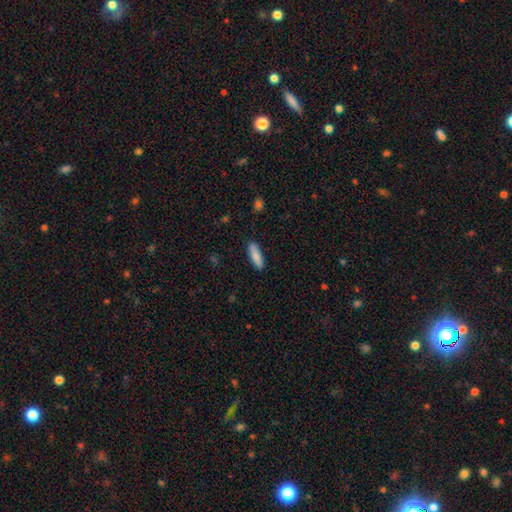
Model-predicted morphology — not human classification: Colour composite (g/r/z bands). It shows a smooth galaxy with no disk features (84%) that is cigar-shaped (55%). Merging: none (88%).